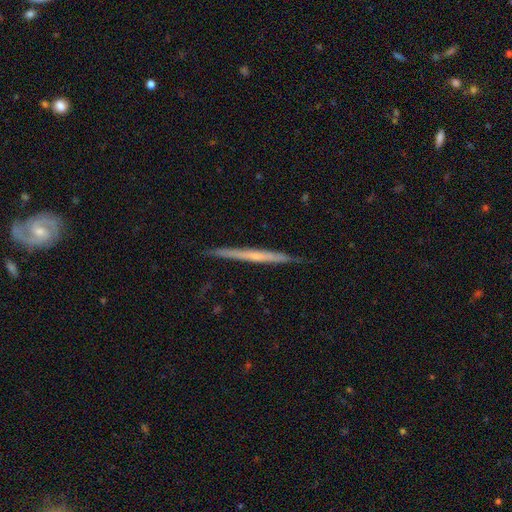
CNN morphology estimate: Smooth or featured: featured or disk — 62% (smooth — 32%)
Edge-on disk: yes — 97% (no — 3%)
Edge-on bulge: none — 69% (rounded — 27%)
Merging: none — 89% (minor disturbance — 9%)